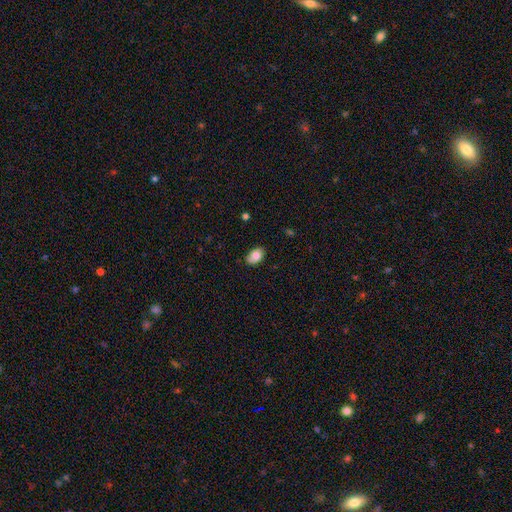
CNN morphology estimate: A smooth galaxy with no disk features (79%) that is in between round and cigar-shaped (89%). Merging: none (73%).